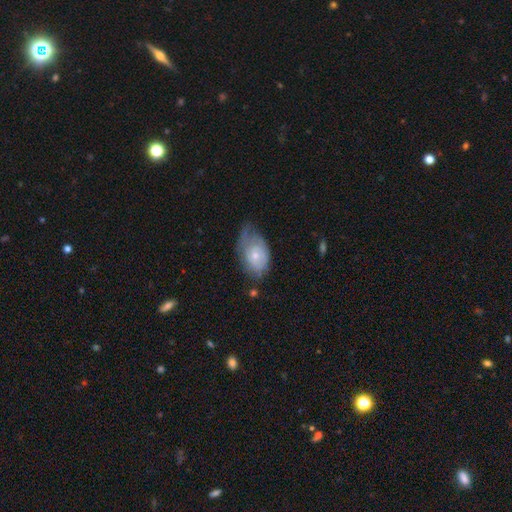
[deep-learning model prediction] smooth_or_featured: featured or disk (p=0.48) [alt: smooth p=0.46]
merging: minor disturbance (p=0.38) [alt: none p=0.35]